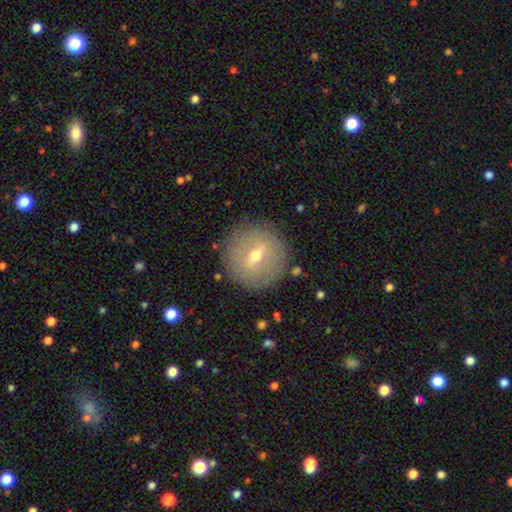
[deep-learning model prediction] Smooth or featured?
  - featured or disk: 57% *
  - smooth: 35%
  - star or artifact: 8%
Edge-on disk?
  - no: 84% *
  - yes: 16%
Merging?
  - none: 86% *
  - minor disturbance: 9%
  - major disturbance: 4%
  - merger: 2%